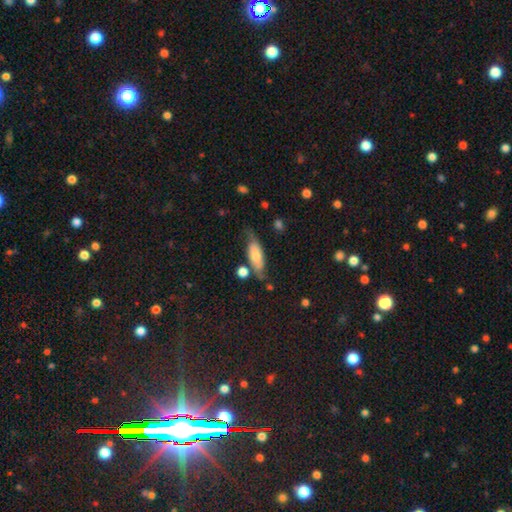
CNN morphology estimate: Smooth or featured: smooth — 60% (featured or disk — 33%)
How rounded: in between — 67% (cigar-shaped — 30%)
Merging: none — 57% (minor disturbance — 26%)